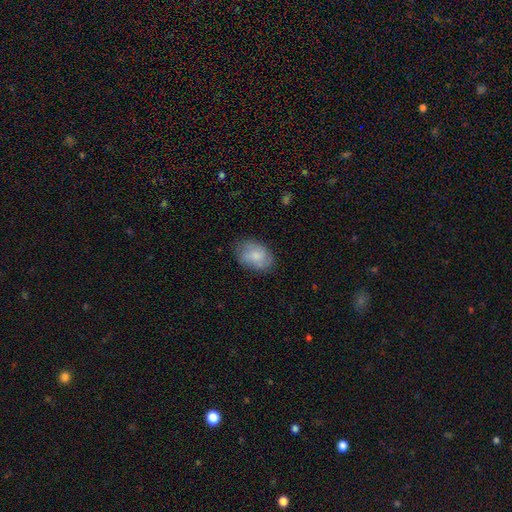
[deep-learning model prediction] Morphology: type=smooth (69%); roundness=in between (81%); merging=none (72%).